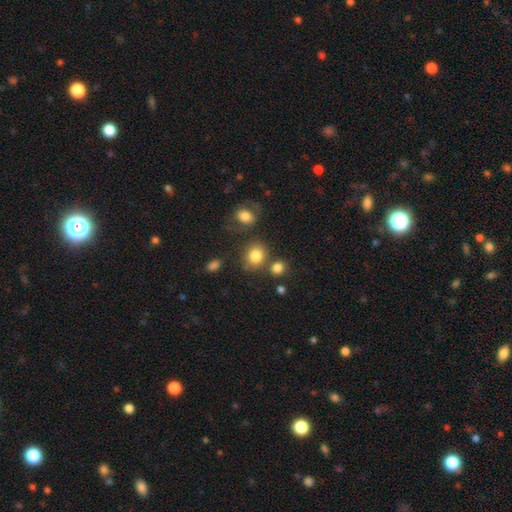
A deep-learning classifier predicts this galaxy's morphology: Smooth or featured? Predicted: smooth (p=0.82). How rounded? Predicted: round (p=0.71). Merging? Predicted: none (p=0.66).